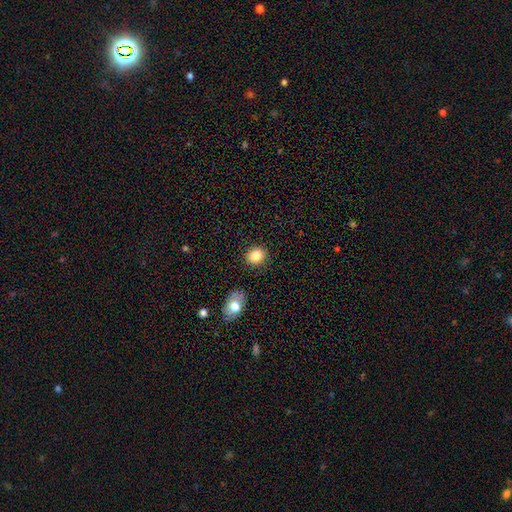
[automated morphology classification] A smooth galaxy with no disk features (83%) that is round (62%).

Vote fractions:
- Smooth or featured? smooth: 83% / star or artifact: 9% / featured or disk: 8%
- How rounded? round: 62% / in between: 37% / cigar-shaped: 1%
- Merging? none: 86% / minor disturbance: 9% / merger: 3% / major disturbance: 2%